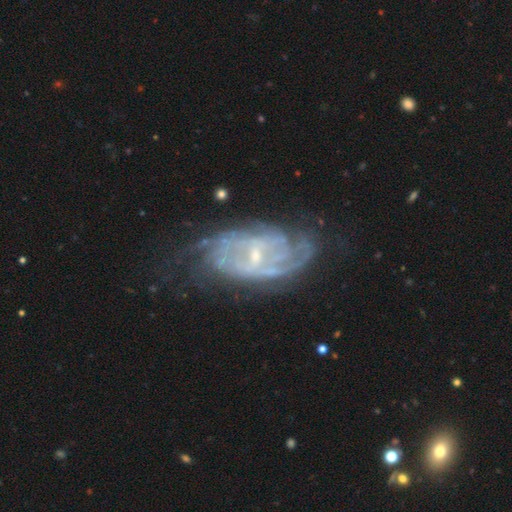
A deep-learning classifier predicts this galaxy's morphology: smooth_or_featured: featured or disk (p=0.85) [alt: smooth p=0.08]
disk_edge_on: no (p=0.95) [alt: yes p=0.05]
bar: weak (p=0.50) [alt: no p=0.32]
has_spiral_arms: yes (p=0.90) [alt: no p=0.10]
spiral_winding: tight (p=0.54) [alt: medium p=0.34]
spiral_arm_count: can't tell (p=0.43) [alt: 2 p=0.24]
bulge_size: small (p=0.74) [alt: moderate p=0.19]
merging: none (p=0.61) [alt: minor disturbance p=0.23]